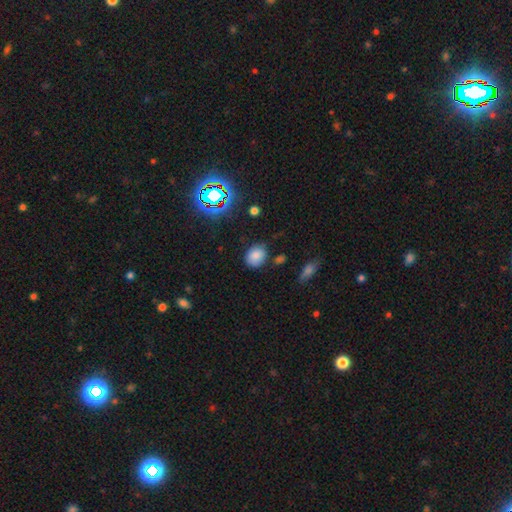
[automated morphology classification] Smooth or featured? Predicted: smooth (p=0.79). How rounded? Predicted: in between (p=0.51). Merging? Predicted: none (p=0.75).